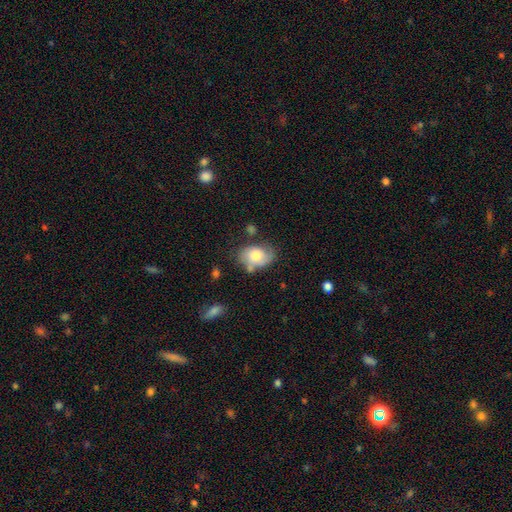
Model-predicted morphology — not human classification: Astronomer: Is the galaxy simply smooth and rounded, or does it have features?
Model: smooth — 60%.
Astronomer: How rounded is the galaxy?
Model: in between — 76%.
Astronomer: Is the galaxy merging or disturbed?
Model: none — 51% (runner-up: minor disturbance, 29%).